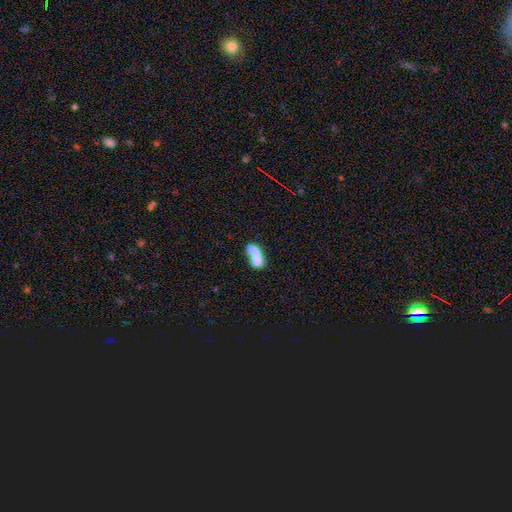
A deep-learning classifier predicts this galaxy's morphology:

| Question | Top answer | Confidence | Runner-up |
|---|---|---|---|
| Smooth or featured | smooth | 63% | featured or disk (28%) |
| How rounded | in between | 68% | cigar-shaped (25%) |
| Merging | merger | 41% | none (28%) |